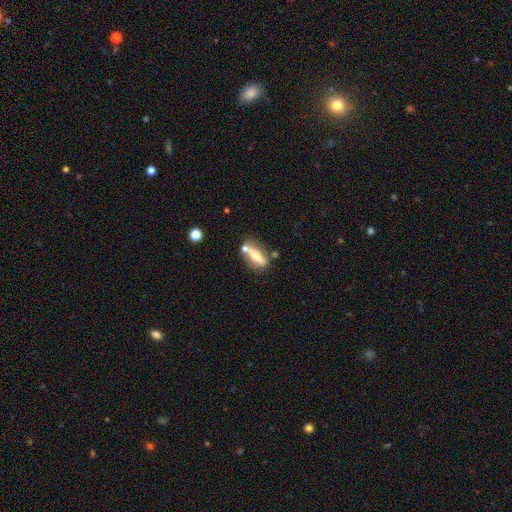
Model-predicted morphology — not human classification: Smooth or featured: smooth — 48% (featured or disk — 44%)
Merging: none — 56% (merger — 21%)